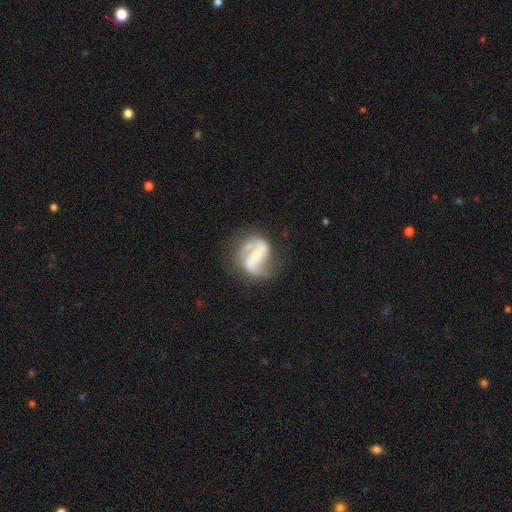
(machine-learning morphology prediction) This is clearly a featured or disk galaxy (85%). It is clearly not viewed edge-on (97%). Bar: marginally strong (44%). Spiral arm pattern: clearly yes (94%). Spiral arm count: clearly 2 (87%). Spiral winding: possibly medium (46%). Central bulge: possibly small (49%). Merging: likely none (64%).